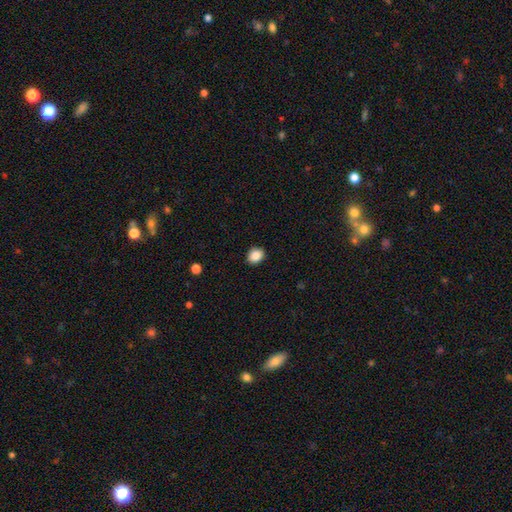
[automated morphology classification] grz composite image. It shows a smooth galaxy with no disk features (87%) that is round (60%). Merging: none (91%).